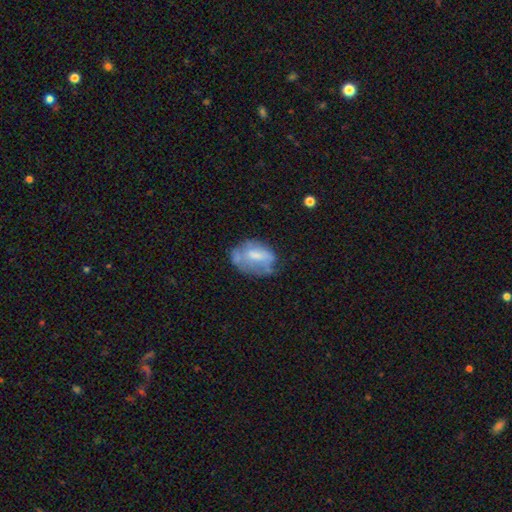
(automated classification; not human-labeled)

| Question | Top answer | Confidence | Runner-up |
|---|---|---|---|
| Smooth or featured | smooth | 51% | featured or disk (41%) |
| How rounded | in between | 79% | round (19%) |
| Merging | none | 41% | minor disturbance (32%) |